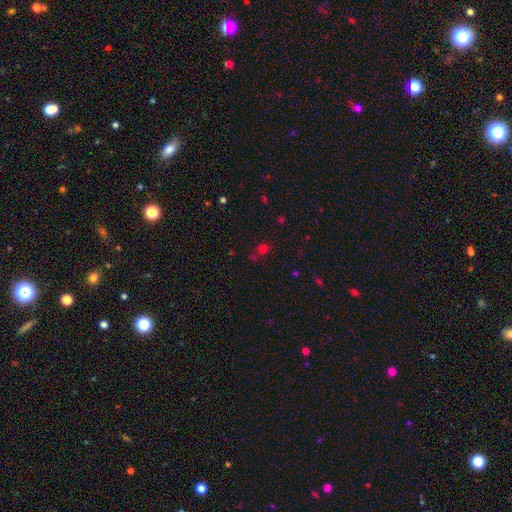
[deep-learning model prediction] Smooth or featured?
  - smooth: 55% *
  - star or artifact: 38%
  - featured or disk: 7%
How rounded?
  - round: 83% *
  - in between: 15%
  - cigar-shaped: 1%
Merging?
  - none: 72% *
  - merger: 12%
  - minor disturbance: 11%
  - major disturbance: 5%